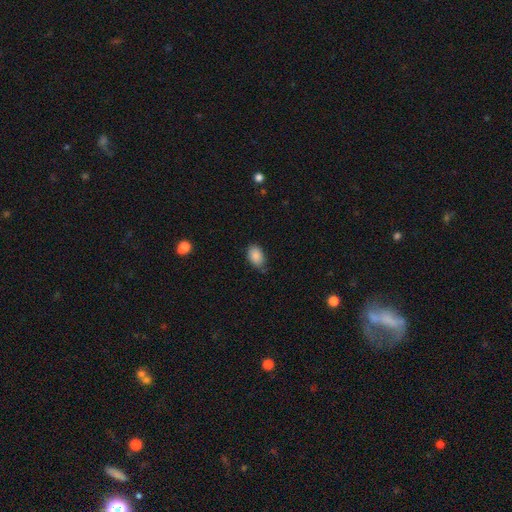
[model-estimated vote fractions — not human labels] Smooth or featured: smooth — 88% (star or artifact — 8%)
How rounded: in between — 88% (round — 11%)
Merging: none — 73% (minor disturbance — 22%)